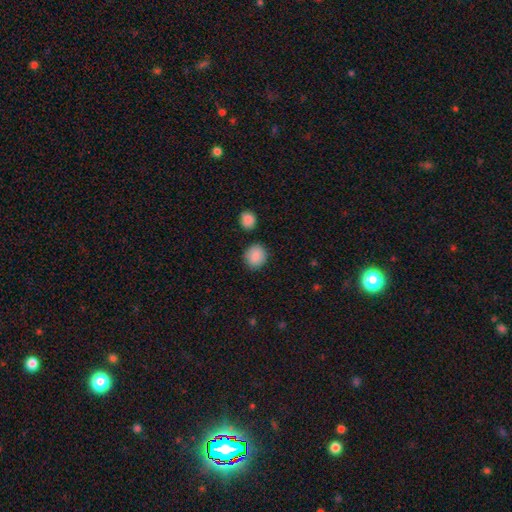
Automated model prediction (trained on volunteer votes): The model was most divided on "how rounded": round: 80%, in between: 19%, cigar-shaped: 1%. More confident: smooth or featured — smooth (89%); merging — none (86%).